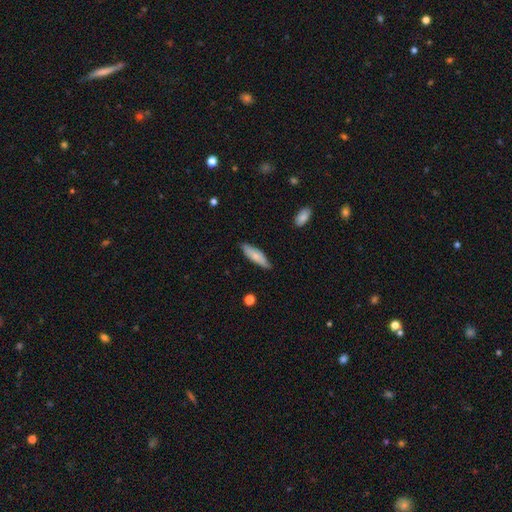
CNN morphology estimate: Smooth or featured: smooth — 73% (featured or disk — 21%)
How rounded: cigar-shaped — 54% (in between — 44%)
Merging: none — 79% (minor disturbance — 17%)